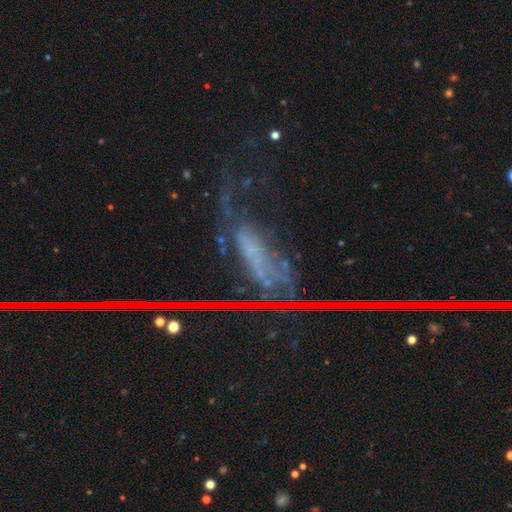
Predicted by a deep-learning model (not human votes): Overall: featured or disk (50%; star or artifact 32%). Edge-on disk: no (72%). Merging: none (43%; major disturbance 31%).